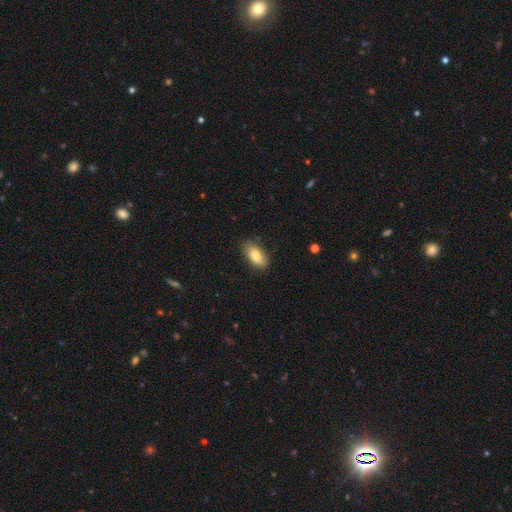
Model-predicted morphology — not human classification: Smooth or featured? Predicted: smooth (p=0.80). How rounded? Predicted: in between (p=0.89). Merging? Predicted: none (p=0.78).